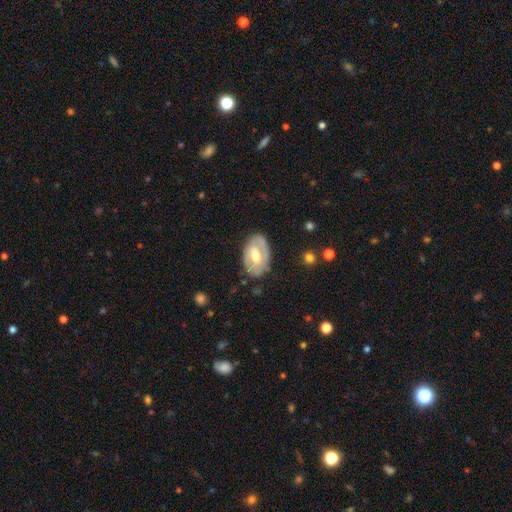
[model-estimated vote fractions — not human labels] This is likely a featured or disk galaxy (62%). It is clearly not viewed edge-on (93%). Bar: marginally weak (44%). Spiral arm pattern: possibly no (54%). Central bulge: likely moderate (71%). Merging: likely none (76%).